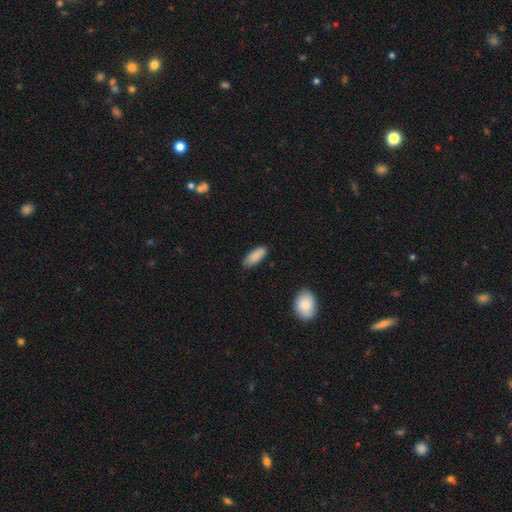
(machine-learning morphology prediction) smooth 88%, star or artifact 6%, featured or disk 6%. Down the decision tree: how rounded — in between (78%); merging — none (80%).